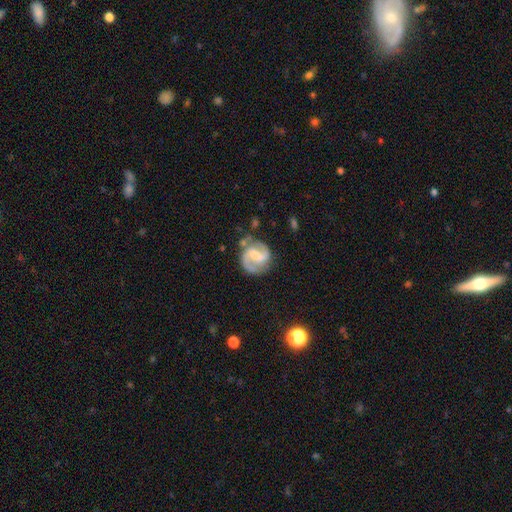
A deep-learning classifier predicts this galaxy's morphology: Smooth or featured?
  - featured or disk: 85% *
  - smooth: 10%
  - star or artifact: 5%
Edge-on disk?
  - no: 98% *
  - yes: 2%
Bar?
  - weak: 47% *
  - strong: 33%
  - no: 21%
Spiral arms?
  - yes: 96% *
  - no: 4%
Spiral winding?
  - medium: 55% *
  - tight: 22%
  - loose: 22%
Spiral arm count?
  - 2: 91% *
  - can't tell: 3%
  - 1: 3%
  - 3: 1%
  - 4: 1%
  - more than 4: 1%
Bulge size?
  - none: 37% *
  - small: 27%
  - moderate: 26%
  - large: 9%
  - dominant: 2%
Merging?
  - none: 73% *
  - minor disturbance: 16%
  - major disturbance: 7%
  - merger: 4%